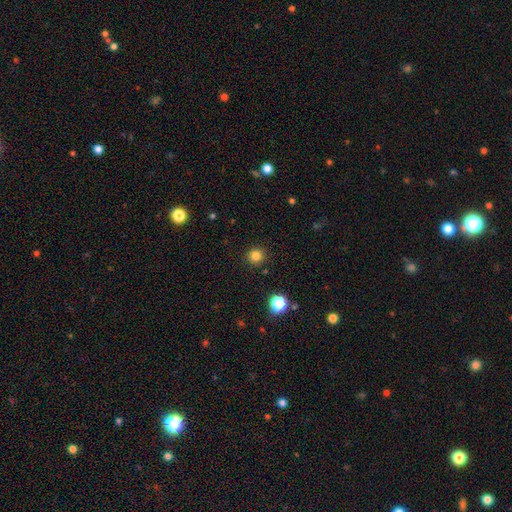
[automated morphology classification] Q: Smooth or featured?
A: smooth (82%); runner-up: star or artifact (14%)
Q: How rounded?
A: round (94%); runner-up: in between (5%)
Q: Merging?
A: none (92%); runner-up: minor disturbance (5%)